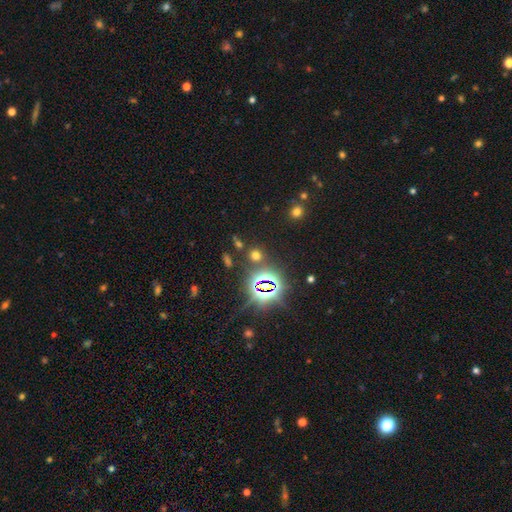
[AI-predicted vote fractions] smooth_or_featured: smooth (p=0.48) [alt: star or artifact p=0.44]
merging: none (p=0.80) [alt: merger p=0.08]